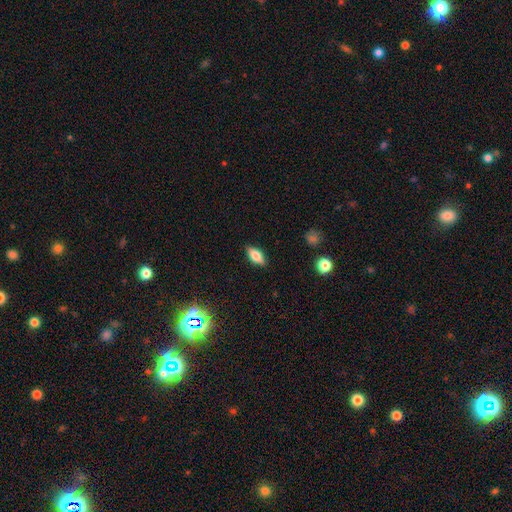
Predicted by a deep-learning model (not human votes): Smooth or featured? smooth (71%)
How rounded? in between (81%)
Merging? none (86%)